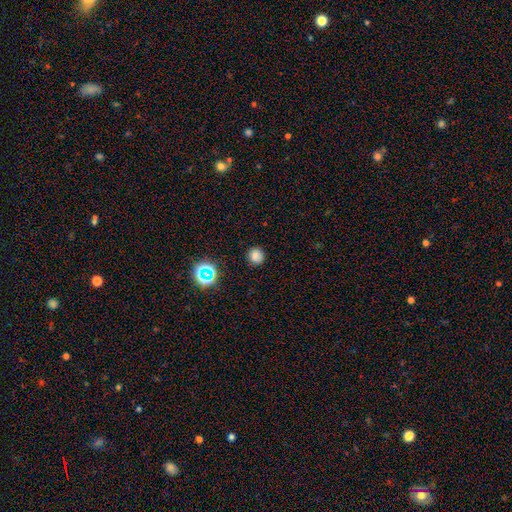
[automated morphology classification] smooth 78%, star or artifact 17%, featured or disk 5%. Down the decision tree: how rounded — round (90%); merging — none (88%).